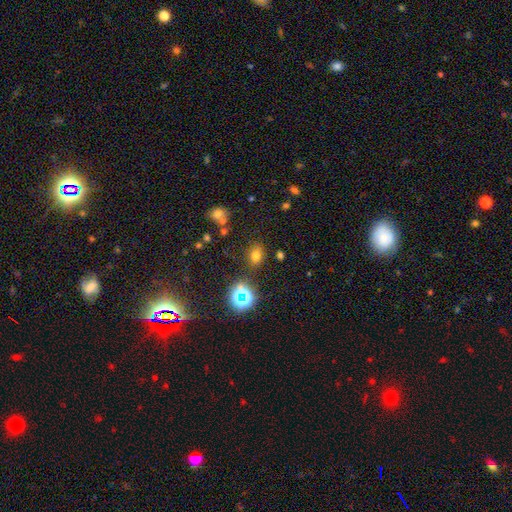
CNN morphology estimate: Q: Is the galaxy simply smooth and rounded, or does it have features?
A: smooth — 68%.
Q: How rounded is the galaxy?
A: in between — 62%.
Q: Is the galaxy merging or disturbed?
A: none — 81%.